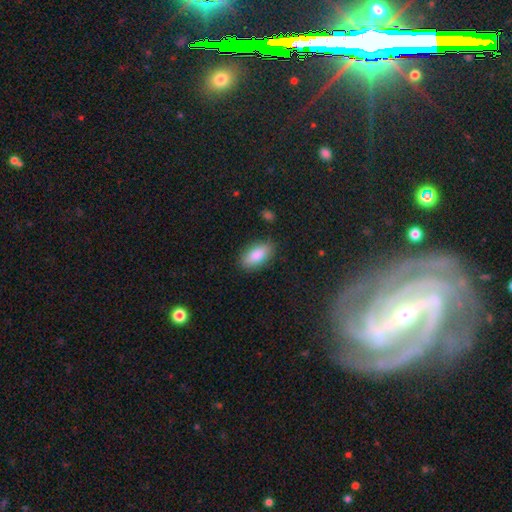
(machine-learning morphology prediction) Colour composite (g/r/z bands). It shows a smooth galaxy with no disk features (87%) that is in between round and cigar-shaped (91%). Merging: none (85%).